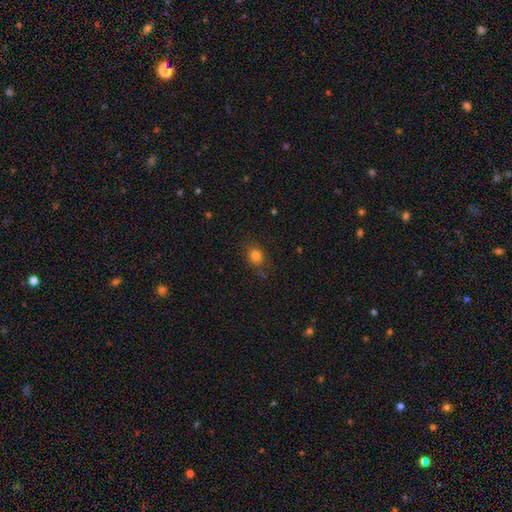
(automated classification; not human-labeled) smooth_or_featured: smooth (p=0.80) [alt: star or artifact p=0.13]
how_rounded: round (p=0.67) [alt: in between p=0.32]
merging: none (p=0.78) [alt: minor disturbance p=0.15]